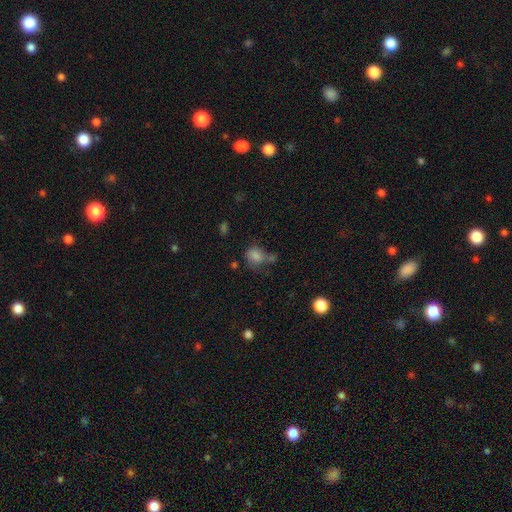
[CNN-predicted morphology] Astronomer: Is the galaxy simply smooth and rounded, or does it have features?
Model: smooth — 76%.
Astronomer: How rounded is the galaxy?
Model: in between — 51% (runner-up: round, 48%).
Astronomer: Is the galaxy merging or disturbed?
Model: none — 41% (runner-up: merger, 22%).